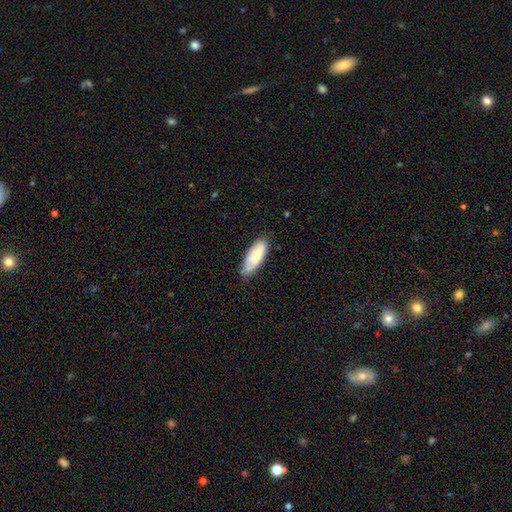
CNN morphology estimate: The model was most divided on "how rounded": in between: 72%, cigar-shaped: 26%, round: 2%. More confident: smooth or featured — smooth (81%); merging — none (70%).